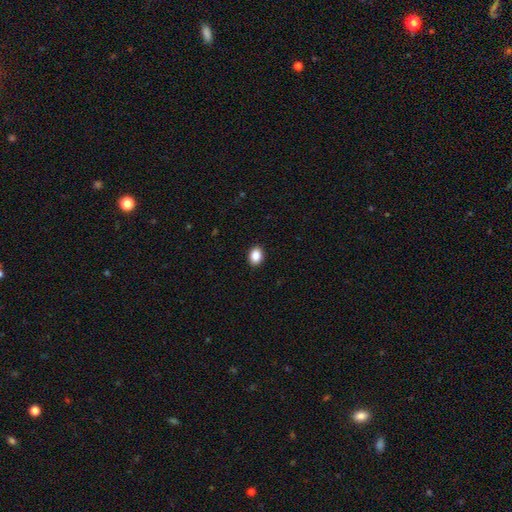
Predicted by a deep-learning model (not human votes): Q: Smooth or featured?
A: smooth (88%); runner-up: star or artifact (9%)
Q: How rounded?
A: in between (63%); runner-up: round (37%)
Q: Merging?
A: none (91%); runner-up: minor disturbance (7%)